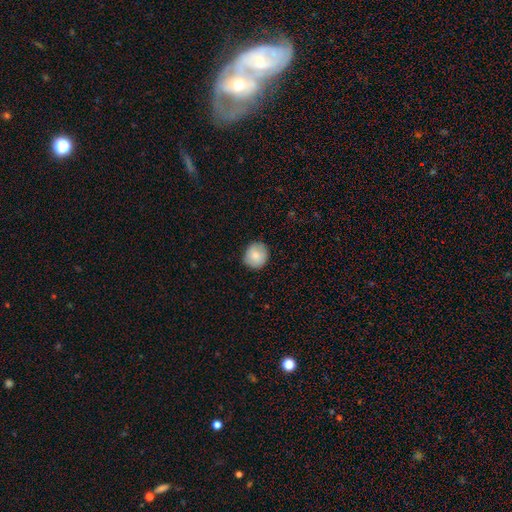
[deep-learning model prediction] Q: Smooth or featured?
A: smooth (84%); runner-up: featured or disk (9%)
Q: How rounded?
A: round (90%); runner-up: in between (9%)
Q: Merging?
A: none (87%); runner-up: minor disturbance (10%)